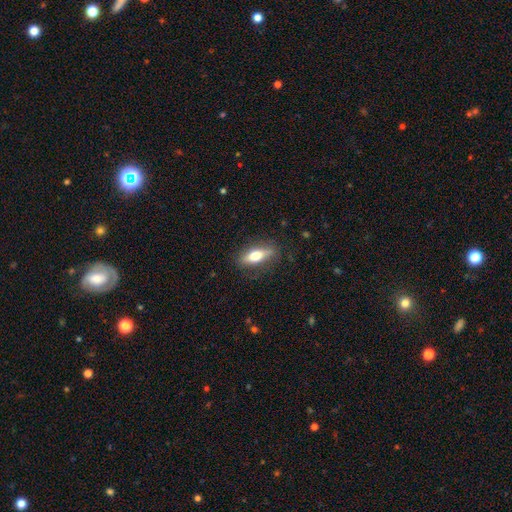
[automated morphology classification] Smooth or featured: smooth — 64% (featured or disk — 30%)
How rounded: in between — 59% (cigar-shaped — 37%)
Merging: none — 82% (minor disturbance — 13%)